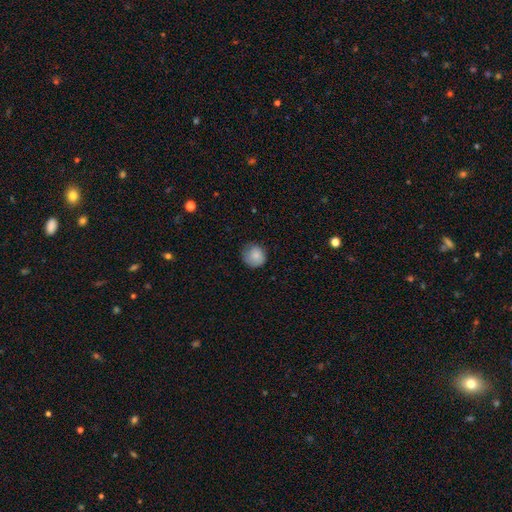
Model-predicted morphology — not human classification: A smooth galaxy with no disk features (83%) that is round (88%). Merging: none (72%).